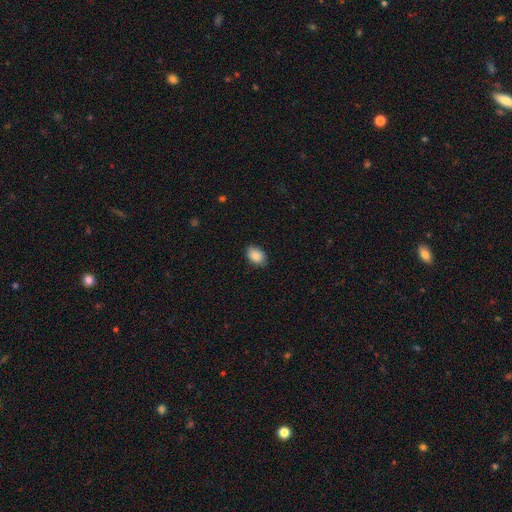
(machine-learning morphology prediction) Smooth or featured? Predicted: smooth (p=0.89). How rounded? Predicted: in between (p=0.85). Merging? Predicted: none (p=0.84).